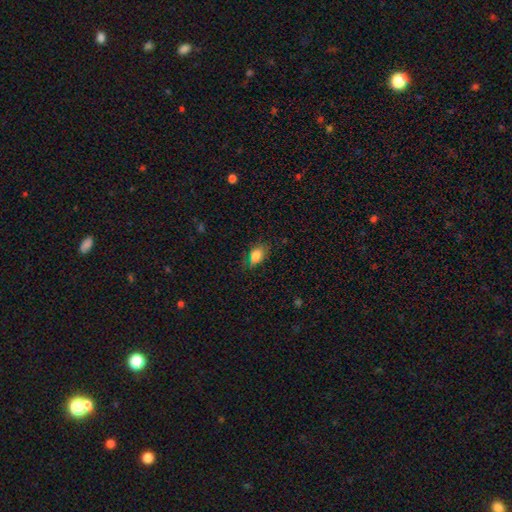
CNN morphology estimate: Smooth or featured? smooth (77%)
How rounded? in between (80%)
Merging? none (74%)